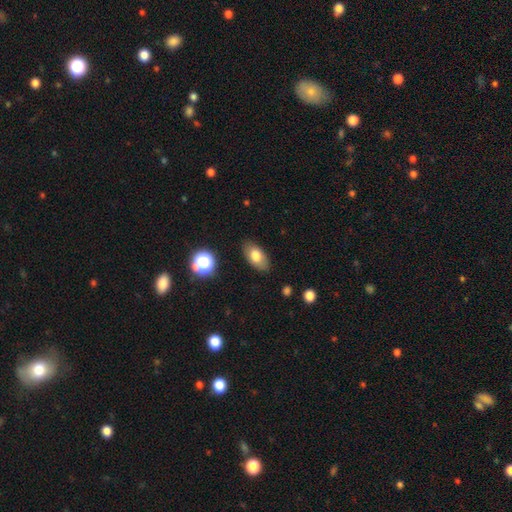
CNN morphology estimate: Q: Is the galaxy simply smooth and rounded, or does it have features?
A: smooth — 76%.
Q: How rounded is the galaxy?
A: in between — 91%.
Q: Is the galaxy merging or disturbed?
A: none — 85%.